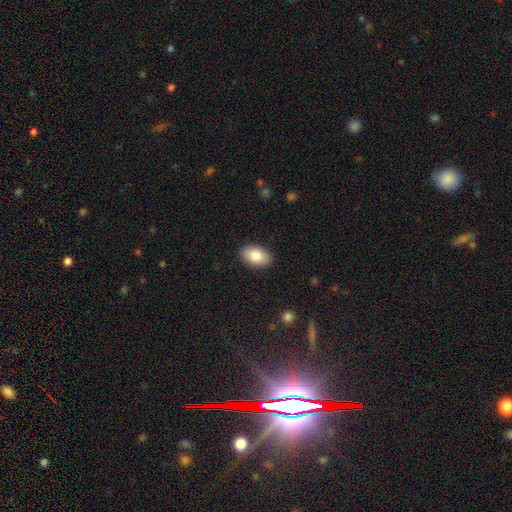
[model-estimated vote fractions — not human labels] This appears to be a smooth galaxy with no disk features (84%) that is in between round and cigar-shaped (92%). Merging: none (89%).